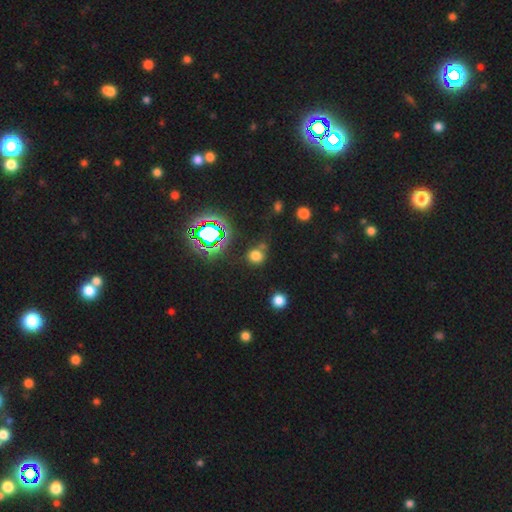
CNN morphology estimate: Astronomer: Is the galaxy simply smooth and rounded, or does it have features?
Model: smooth — 65%.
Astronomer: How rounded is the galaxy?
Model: round — 83%.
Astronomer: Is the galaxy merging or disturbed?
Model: none — 72%.